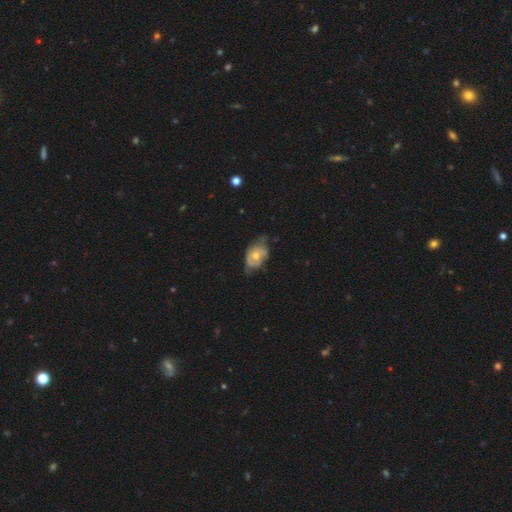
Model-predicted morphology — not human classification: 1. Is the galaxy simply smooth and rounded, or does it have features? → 50% featured or disk, 43% smooth, 7% star or artifact.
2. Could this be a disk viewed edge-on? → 94% no, 6% yes.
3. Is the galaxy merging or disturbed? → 41% none, 40% minor disturbance, 17% major disturbance, 2% merger.